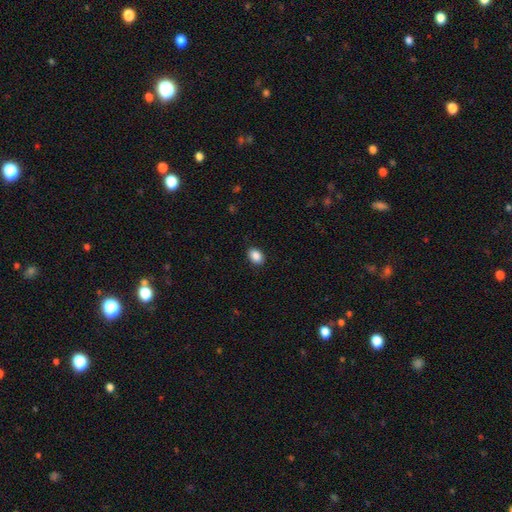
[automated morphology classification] Q: Smooth or featured?
A: smooth (89%); runner-up: star or artifact (8%)
Q: How rounded?
A: in between (79%); runner-up: round (20%)
Q: Merging?
A: none (89%); runner-up: minor disturbance (8%)